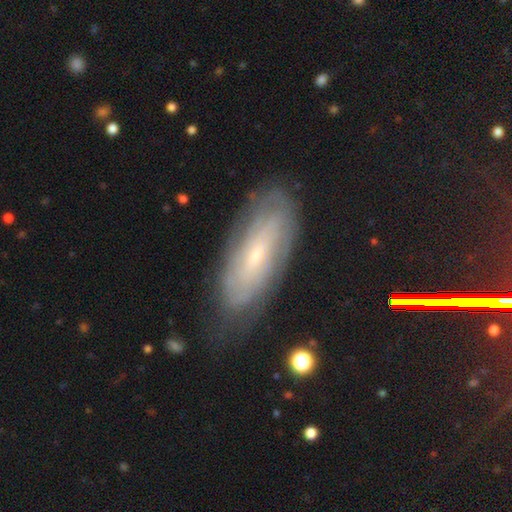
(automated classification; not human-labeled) A featured or disk galaxy (64%) with no bar (60%), spiral arms (77%) and a small central bulge (76%). Merging: none (75%).